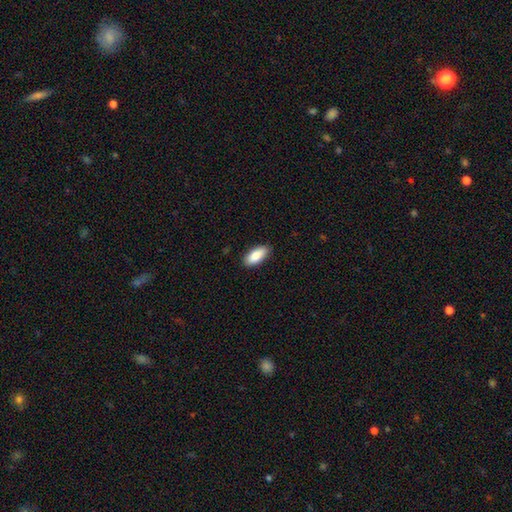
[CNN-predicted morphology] Overall: smooth (86%). How rounded: in between (88%). Merging: none (87%).